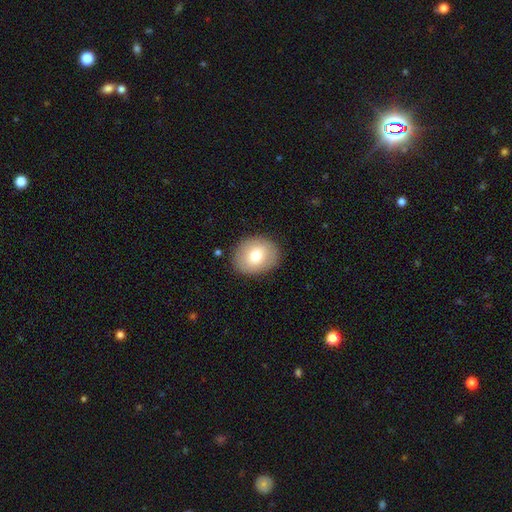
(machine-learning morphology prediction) smooth_or_featured: smooth (p=0.76) [alt: featured or disk p=0.16]
how_rounded: round (p=0.53) [alt: in between p=0.46]
merging: none (p=0.87) [alt: minor disturbance p=0.09]